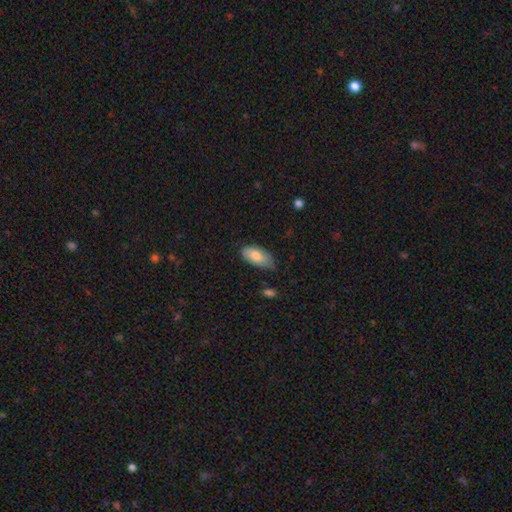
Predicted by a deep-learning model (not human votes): The model was most divided on "merging": none: 66%, minor disturbance: 28%, major disturbance: 4%, merger: 2%. More confident: how rounded — in between (92%); smooth or featured — smooth (81%).